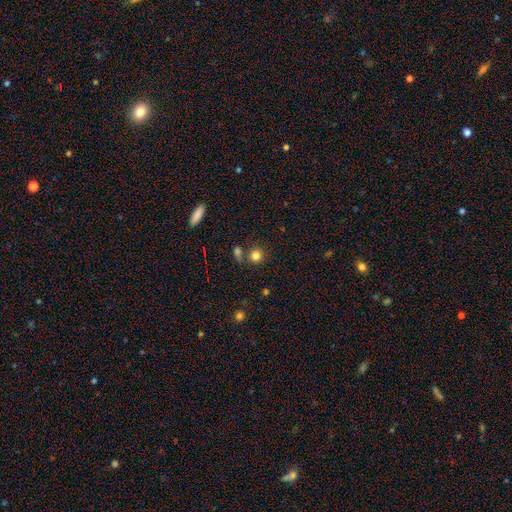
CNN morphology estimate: Overall: smooth (81%). How rounded: round (88%). Merging: none (69%).